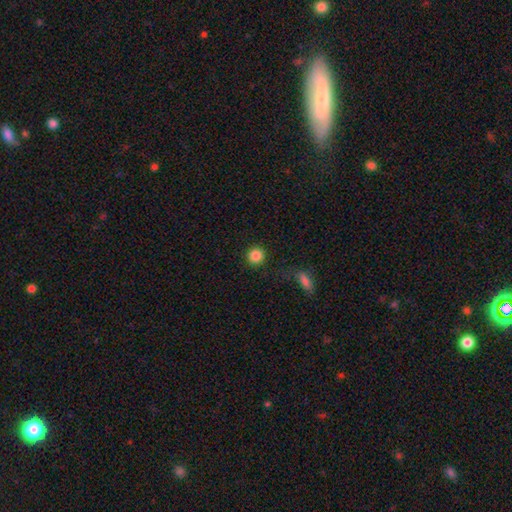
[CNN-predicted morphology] Smooth or featured: smooth — 86% (star or artifact — 10%)
How rounded: round — 94% (in between — 5%)
Merging: none — 89% (minor disturbance — 6%)